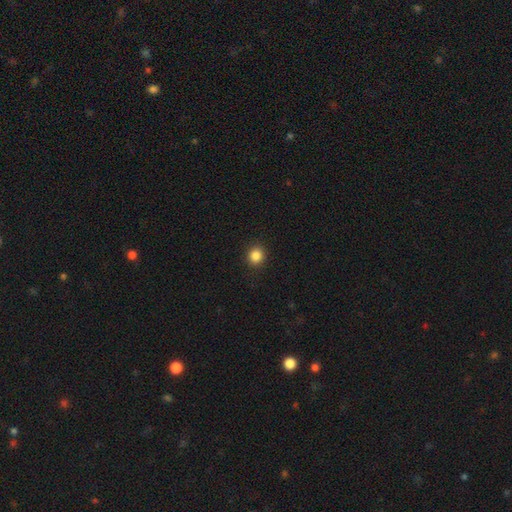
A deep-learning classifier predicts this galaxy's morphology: A smooth galaxy with no disk features (85%) that is round (88%). Merging: none (92%).